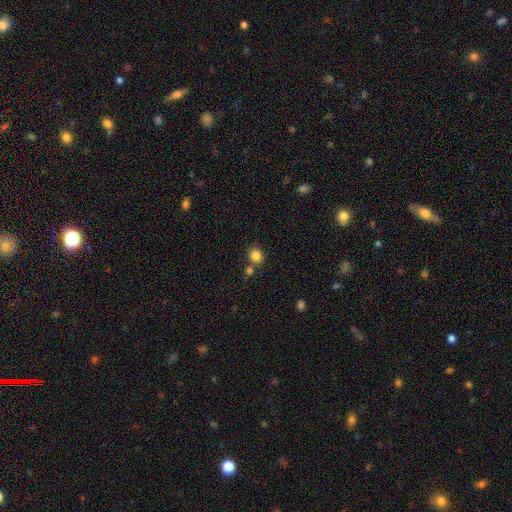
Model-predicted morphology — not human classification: The model was most divided on "how rounded": round: 76%, in between: 23%, cigar-shaped: 1%. More confident: smooth or featured — smooth (84%); merging — none (70%).